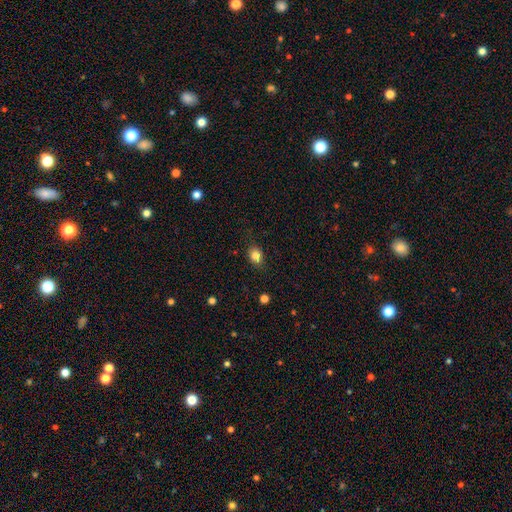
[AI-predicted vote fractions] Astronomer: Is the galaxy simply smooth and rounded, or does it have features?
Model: smooth — 83%.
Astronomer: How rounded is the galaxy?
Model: in between — 51% (runner-up: round, 48%).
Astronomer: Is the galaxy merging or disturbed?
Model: none — 80%.